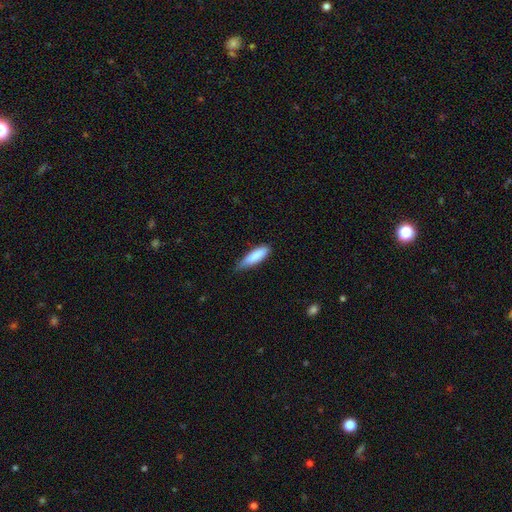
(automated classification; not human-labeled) A smooth galaxy with no disk features (86%) that is cigar-shaped (52%).

Vote fractions:
- Smooth or featured? smooth: 86% / featured or disk: 8% / star or artifact: 6%
- How rounded? cigar-shaped: 52% / in between: 46% / round: 2%
- Merging? none: 58% / minor disturbance: 36% / major disturbance: 5% / merger: 1%